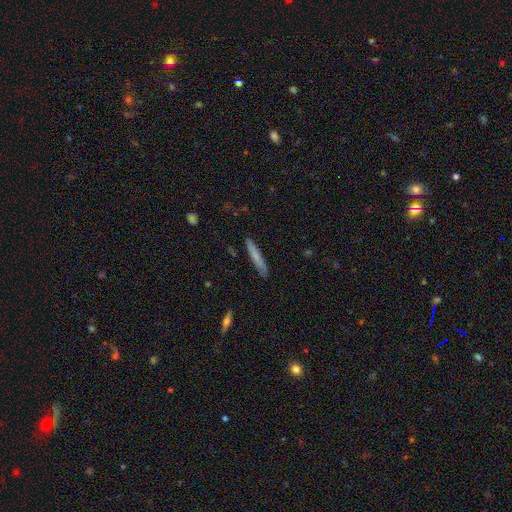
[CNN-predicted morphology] The model was most divided on "smooth or featured": smooth: 69%, featured or disk: 25%, star or artifact: 6%. More confident: how rounded — cigar-shaped (95%); merging — none (88%).